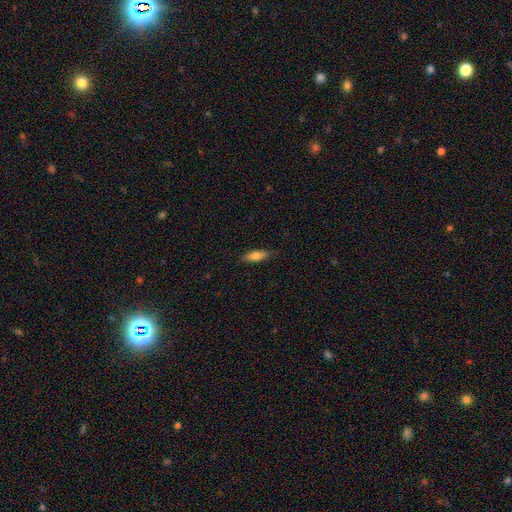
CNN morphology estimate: Overall: smooth (74%). How rounded: in between (59%; cigar-shaped 38%). Merging: none (83%).